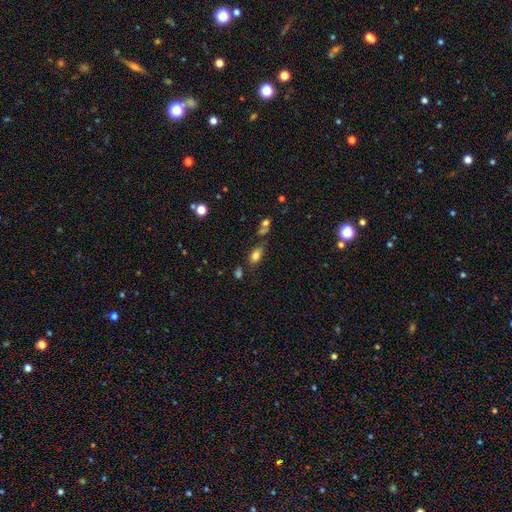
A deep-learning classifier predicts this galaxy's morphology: This is likely a smooth galaxy (79%). How rounded: clearly in between (87%). Merging: likely none (64%).